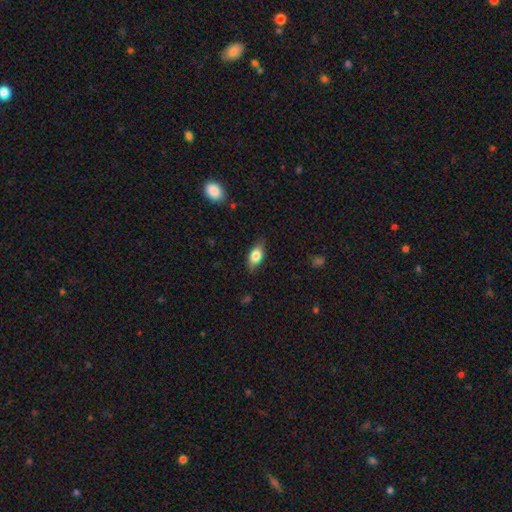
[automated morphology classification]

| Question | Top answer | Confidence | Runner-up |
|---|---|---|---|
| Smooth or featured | smooth | 75% | featured or disk (18%) |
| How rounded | in between | 85% | cigar-shaped (9%) |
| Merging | none | 81% | minor disturbance (15%) |